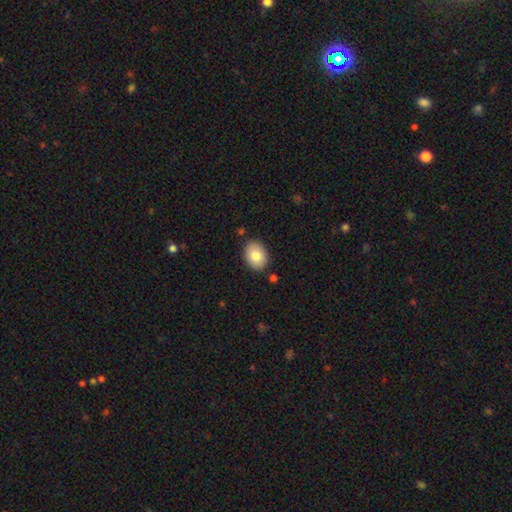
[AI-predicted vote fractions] A smooth galaxy with no disk features (82%) that is in between round and cigar-shaped (72%). Merging: none (87%).